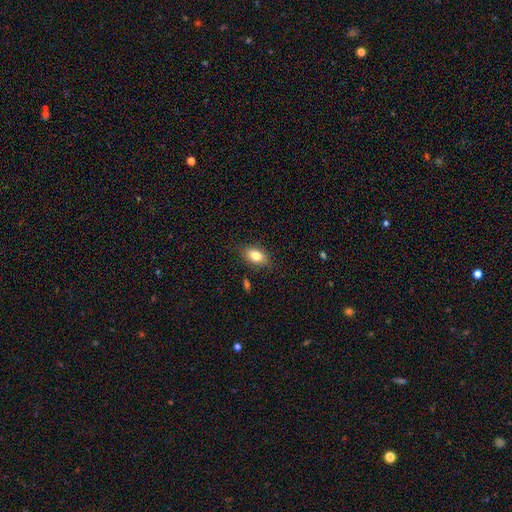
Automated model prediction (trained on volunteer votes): Overall: smooth (81%). How rounded: in between (87%). Merging: none (83%).